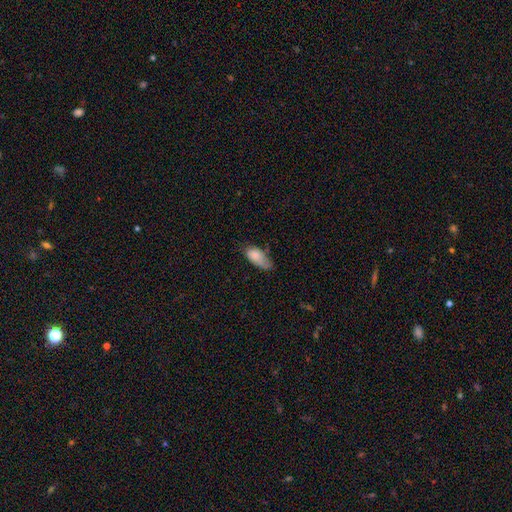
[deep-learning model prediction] This appears to be a smooth galaxy with no disk features (81%) that is in between round and cigar-shaped (89%). Merging: none (42%).